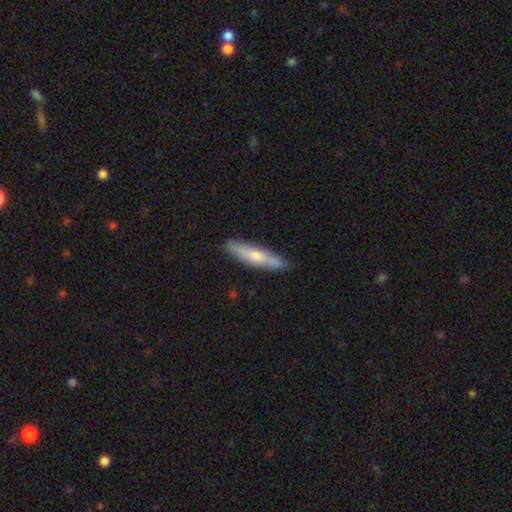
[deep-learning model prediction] A smooth galaxy with no disk features (58%) that is cigar-shaped (81%). Merging: none (84%).